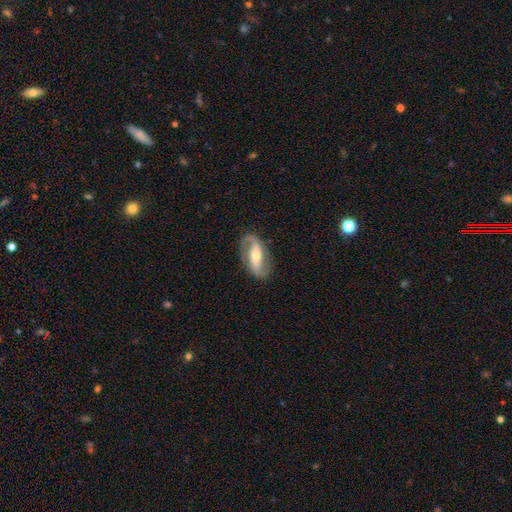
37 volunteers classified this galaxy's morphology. smooth-or-featured: featured or disk: 97% | smooth: 3% | star or artifact: 0%
  disk-edge-on: no: 97% | yes: 3%
    bar: strong: 60% | weak: 23% | no: 17%
    has-spiral-arms: yes: 91% | no: 9%
      spiral-winding: medium: 44% | loose: 41% | tight: 16%
      spiral-arm-count: 2: 84% | 1: 6% | can't tell: 6% | more than 4: 3% | 3: 0% | 4: 0%
    bulge-size: moderate: 74% | small: 20% | dominant: 6% | large: 0% | none: 0%
  merging: none: 78% | major disturbance: 11% | minor disturbance: 8% | merger: 3%